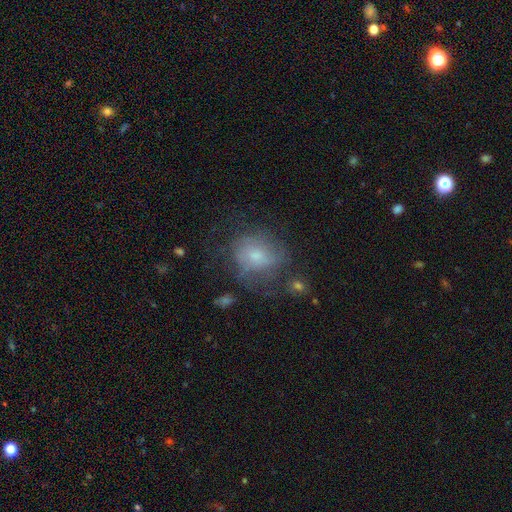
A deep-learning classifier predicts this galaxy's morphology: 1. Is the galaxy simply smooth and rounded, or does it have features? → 47% smooth, 40% featured or disk, 12% star or artifact.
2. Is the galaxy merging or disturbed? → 52% none, 24% minor disturbance, 20% major disturbance, 3% merger.